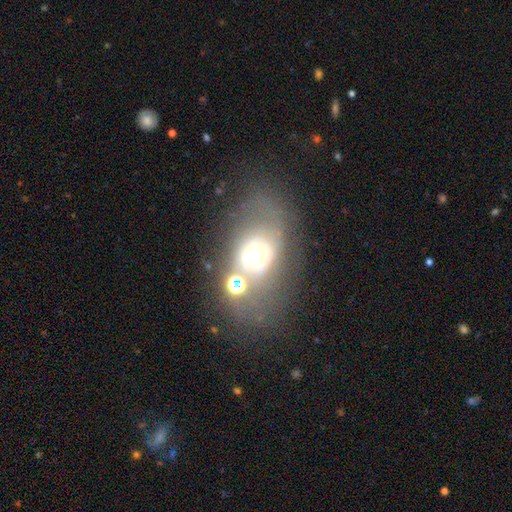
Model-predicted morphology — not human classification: smooth-or-featured: featured or disk: 48% | smooth: 33% | star or artifact: 18%
  merging: none: 46% | major disturbance: 19% | minor disturbance: 18% | merger: 17%